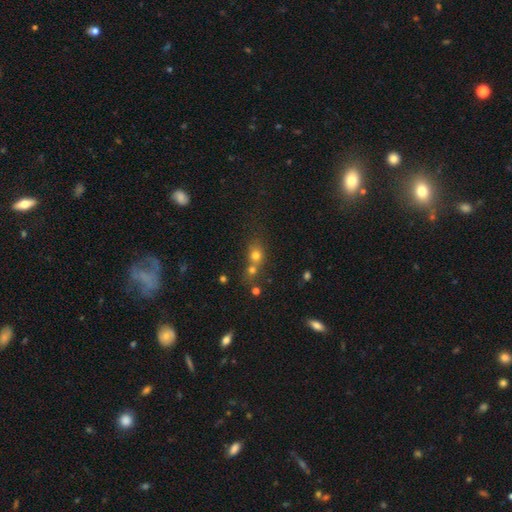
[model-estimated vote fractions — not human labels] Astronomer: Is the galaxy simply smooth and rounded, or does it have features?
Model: smooth — 68%.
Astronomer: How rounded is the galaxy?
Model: round — 71%.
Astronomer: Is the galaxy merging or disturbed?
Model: merger — 52% (runner-up: none, 36%).